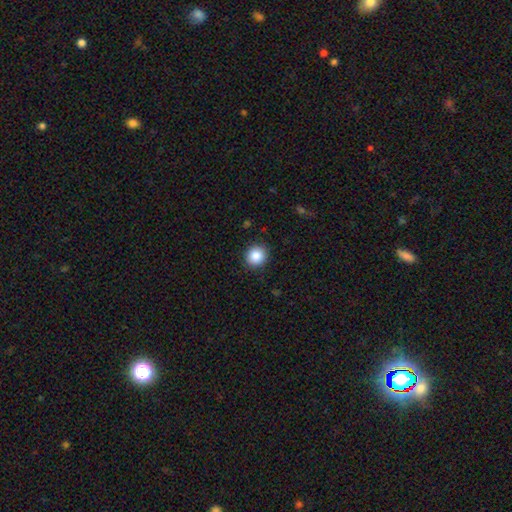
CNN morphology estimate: A smooth galaxy with no disk features (86%) that is round (89%).

Vote fractions:
- Smooth or featured? smooth: 86% / star or artifact: 9% / featured or disk: 5%
- How rounded? round: 89% / in between: 10% / cigar-shaped: 1%
- Merging? none: 90% / minor disturbance: 7% / major disturbance: 2% / merger: 1%